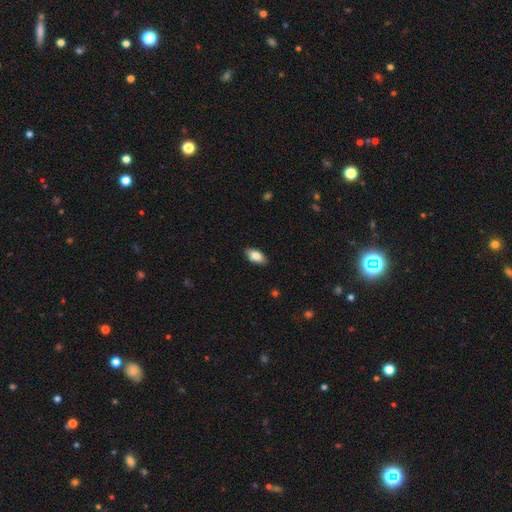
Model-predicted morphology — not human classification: Q: Smooth or featured?
A: smooth (81%); runner-up: featured or disk (12%)
Q: How rounded?
A: in between (90%); runner-up: cigar-shaped (7%)
Q: Merging?
A: none (87%); runner-up: minor disturbance (10%)